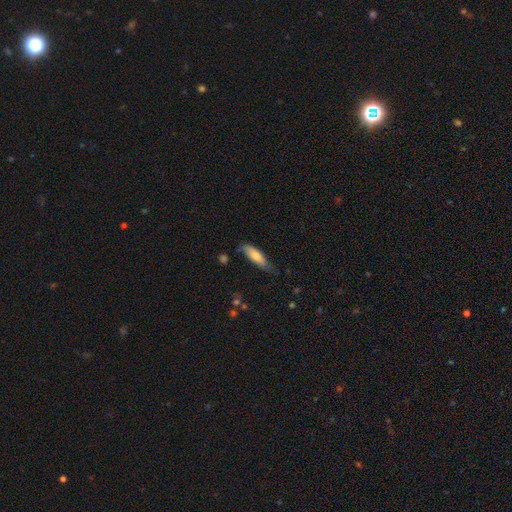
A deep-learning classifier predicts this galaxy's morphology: Smooth or featured? smooth (73%)
How rounded? cigar-shaped (49%, tied with in between)
Merging? none (65%)